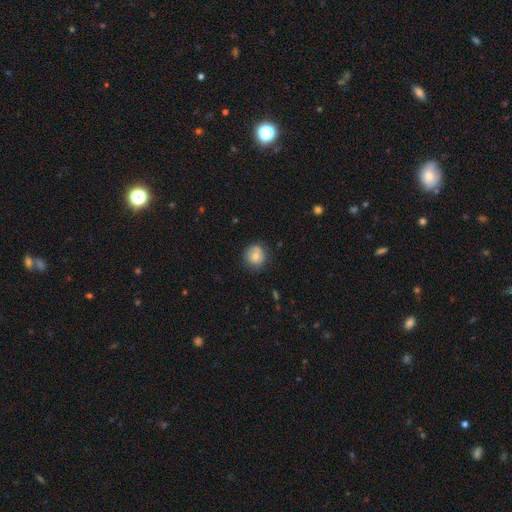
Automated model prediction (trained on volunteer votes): This is likely a smooth galaxy (72%). How rounded: clearly round (89%). Merging: likely none (77%).